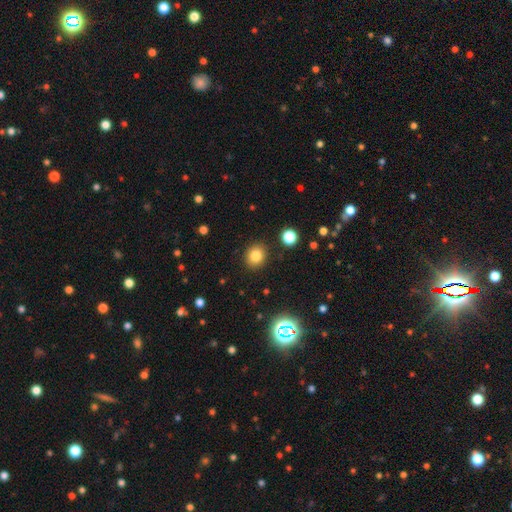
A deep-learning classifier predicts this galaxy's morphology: type=smooth (81%); roundness=round (76%); merging=none (89%).